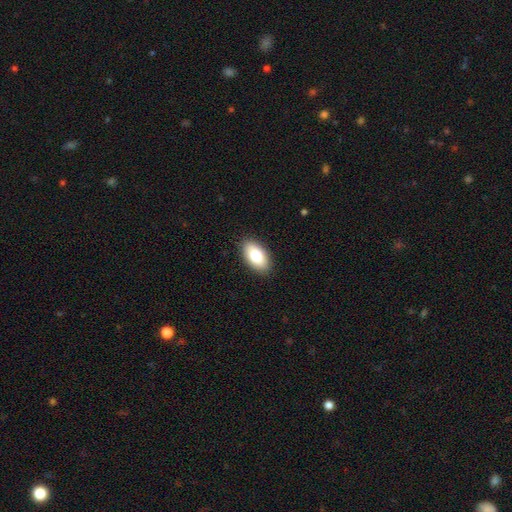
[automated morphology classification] This is likely a smooth galaxy (80%). How rounded: clearly in between (93%). Merging: clearly none (89%).